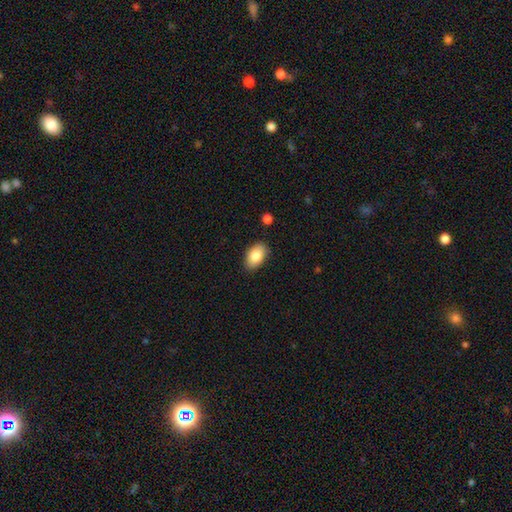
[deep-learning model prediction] Smooth or featured: smooth — 83% (featured or disk — 10%)
How rounded: in between — 91% (round — 8%)
Merging: none — 86% (minor disturbance — 10%)